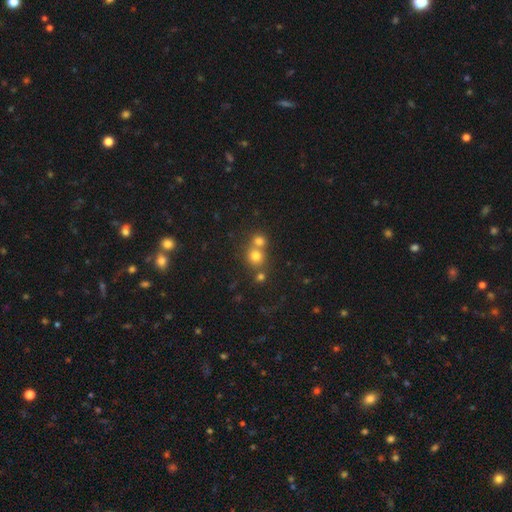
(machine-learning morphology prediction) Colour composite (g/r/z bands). It shows a smooth galaxy with no disk features (73%) that is round (87%). Merging: none (46%, tied with merger).